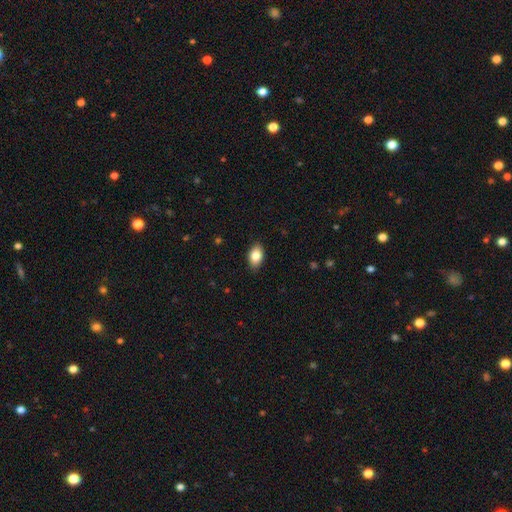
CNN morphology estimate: Smooth or featured: smooth — 84% (featured or disk — 8%)
How rounded: in between — 90% (round — 9%)
Merging: none — 86% (minor disturbance — 11%)